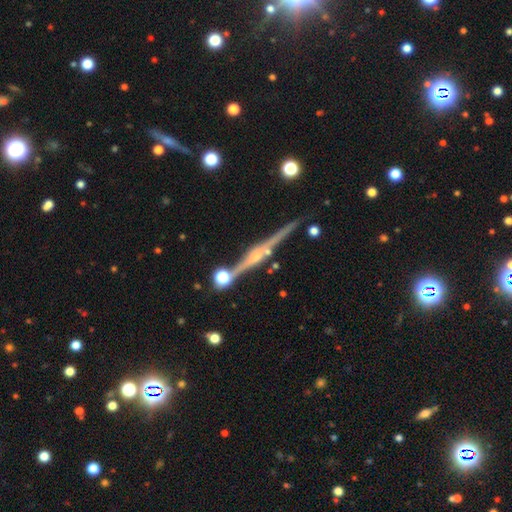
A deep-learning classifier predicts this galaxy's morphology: smooth-or-featured: featured or disk: 84% | smooth: 9% | star or artifact: 7%
  disk-edge-on: yes: 98% | no: 2%
    edge-on-bulge: rounded: 80% | boxy: 11% | none: 8%
  merging: none: 84% | minor disturbance: 9% | merger: 5% | major disturbance: 2%